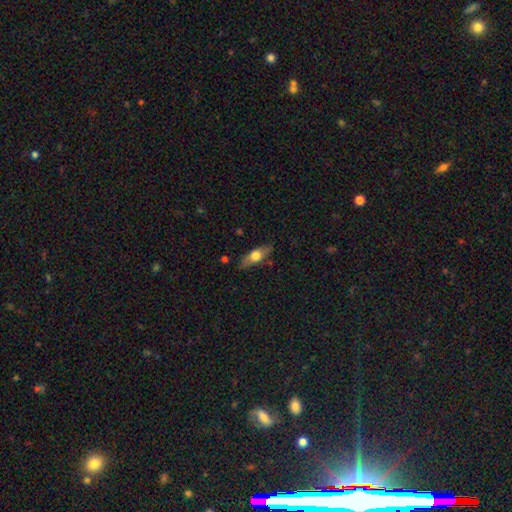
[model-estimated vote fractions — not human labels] A smooth galaxy with no disk features (56%) that is in between round and cigar-shaped (63%).

Vote fractions:
- Smooth or featured? smooth: 56% / featured or disk: 37% / star or artifact: 6%
- How rounded? in between: 63% / cigar-shaped: 33% / round: 4%
- Merging? none: 82% / minor disturbance: 14% / major disturbance: 3% / merger: 2%